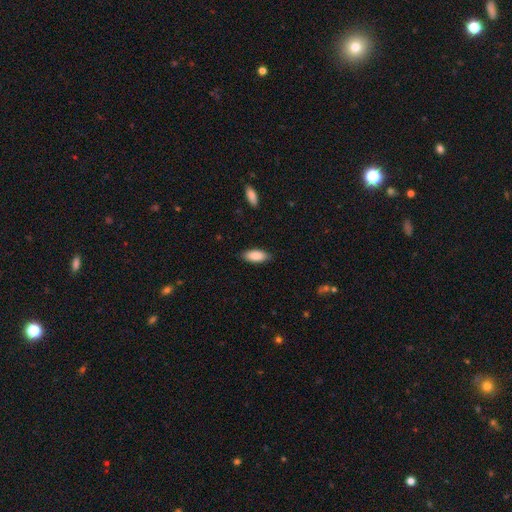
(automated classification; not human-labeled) Smooth or featured?
  - smooth: 88% *
  - featured or disk: 6%
  - star or artifact: 6%
How rounded?
  - in between: 85% *
  - cigar-shaped: 13%
  - round: 2%
Merging?
  - none: 86% *
  - minor disturbance: 10%
  - major disturbance: 2%
  - merger: 1%